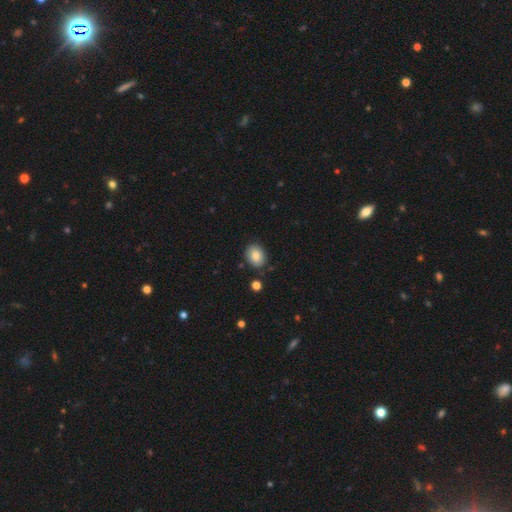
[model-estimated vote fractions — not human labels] Overall: smooth (83%). How rounded: in between (59%; round 40%). Merging: none (83%).